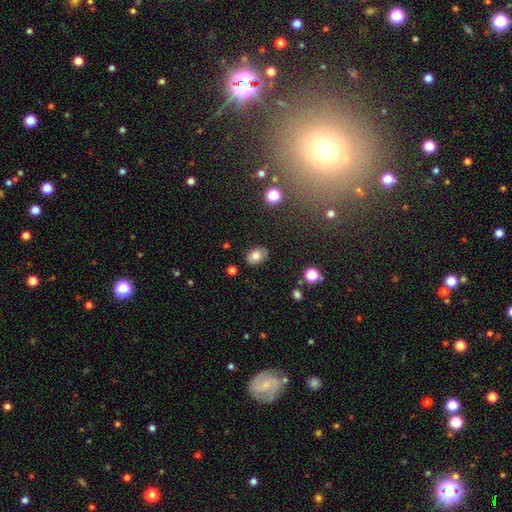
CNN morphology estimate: Q: Smooth or featured?
A: smooth (77%); runner-up: featured or disk (13%)
Q: How rounded?
A: in between (74%); runner-up: round (25%)
Q: Merging?
A: none (83%); runner-up: minor disturbance (13%)